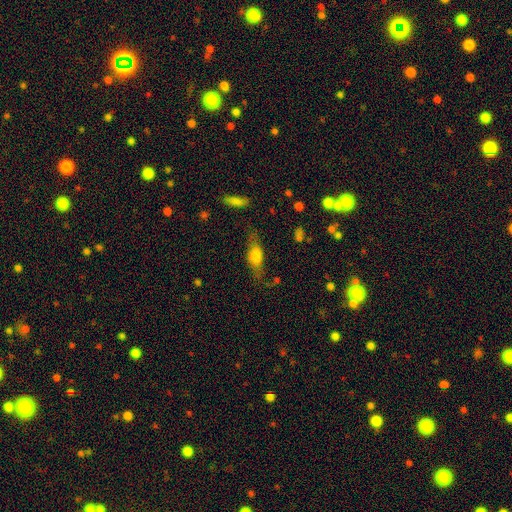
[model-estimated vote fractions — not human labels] smooth 58%, featured or disk 34%, star or artifact 9%. Down the decision tree: how rounded — in between (58%); merging — none (65%).